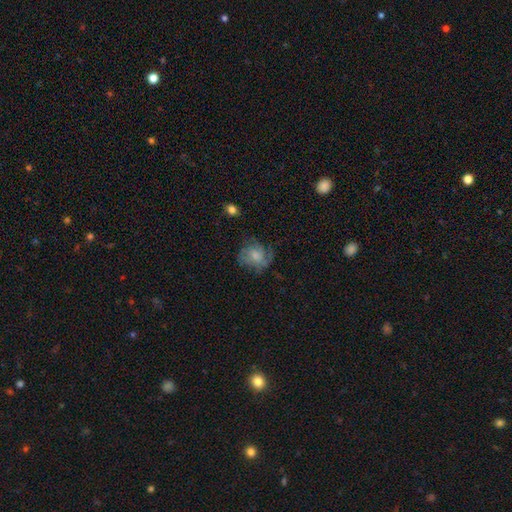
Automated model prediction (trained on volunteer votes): A smooth galaxy with no disk features (52%) that is round (62%). Merging: none (49%).